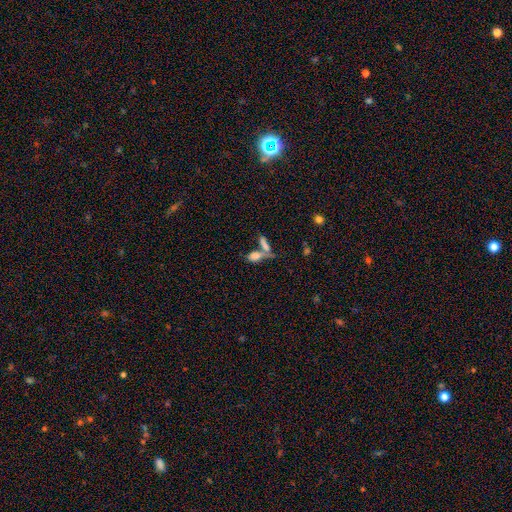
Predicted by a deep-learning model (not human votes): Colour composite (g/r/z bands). It shows a smooth galaxy with no disk features (73%) that is in between round and cigar-shaped (71%). Merging: merger (56%).